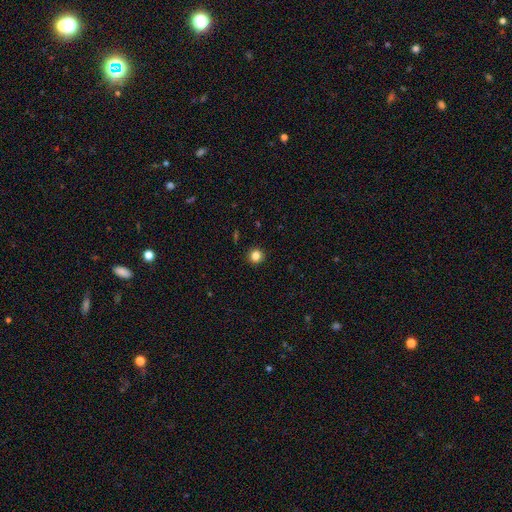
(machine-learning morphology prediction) Smooth or featured: smooth — 83% (star or artifact — 12%)
How rounded: round — 94% (in between — 5%)
Merging: none — 93% (minor disturbance — 5%)